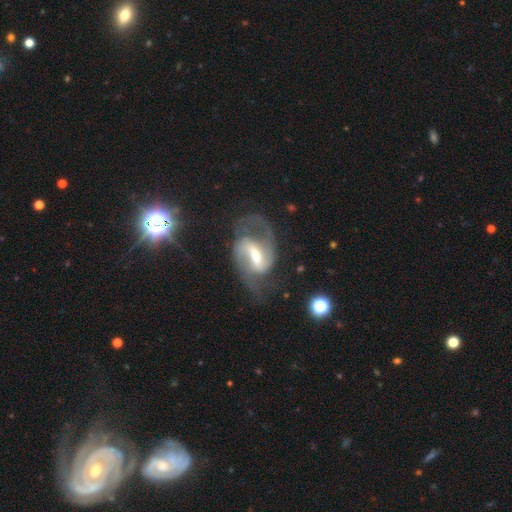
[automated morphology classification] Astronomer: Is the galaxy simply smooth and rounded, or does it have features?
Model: featured or disk — 87%.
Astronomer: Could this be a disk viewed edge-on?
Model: no — 97%.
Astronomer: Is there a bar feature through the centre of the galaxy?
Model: strong — 45% (runner-up: weak, 44%).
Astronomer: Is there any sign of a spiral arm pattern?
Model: yes — 96%.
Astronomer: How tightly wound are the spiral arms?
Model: medium — 54% (runner-up: loose, 30%).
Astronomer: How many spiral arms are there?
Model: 2 — 89%.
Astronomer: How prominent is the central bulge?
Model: moderate — 54% (runner-up: small, 36%).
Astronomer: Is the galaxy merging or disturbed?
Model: none — 68%.